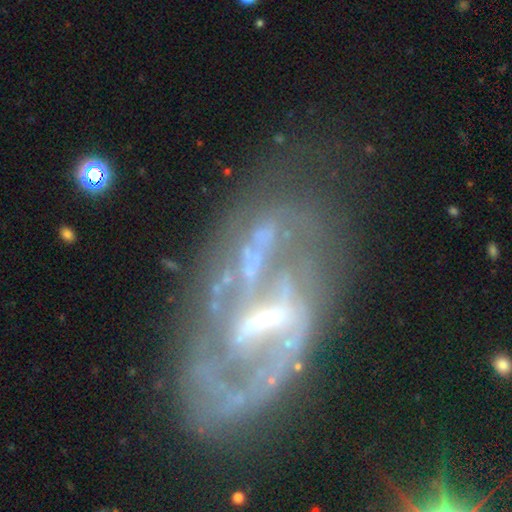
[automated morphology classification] Q: Smooth or featured?
A: featured or disk (84%); runner-up: star or artifact (8%)
Q: Edge-on disk?
A: no (95%); runner-up: yes (5%)
Q: Bar?
A: strong (44%); runner-up: weak (38%)
Q: Spiral arms?
A: yes (72%); runner-up: no (28%)
Q: Spiral winding?
A: medium (44%); runner-up: tight (29%)
Q: Spiral arm count?
A: 2 (53%); runner-up: can't tell (28%)
Q: Bulge size?
A: small (42%); runner-up: moderate (28%)
Q: Merging?
A: none (52%); runner-up: major disturbance (23%)